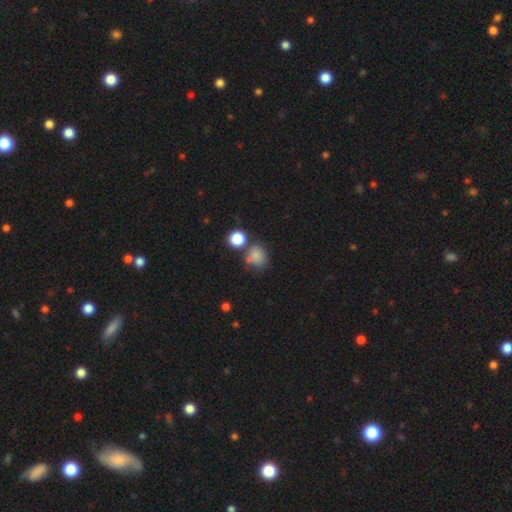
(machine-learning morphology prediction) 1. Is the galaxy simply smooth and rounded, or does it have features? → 79% smooth, 13% star or artifact, 8% featured or disk.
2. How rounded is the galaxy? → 71% round, 28% in between, 1% cigar-shaped.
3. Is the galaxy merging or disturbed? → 55% none, 21% merger, 17% minor disturbance, 7% major disturbance.